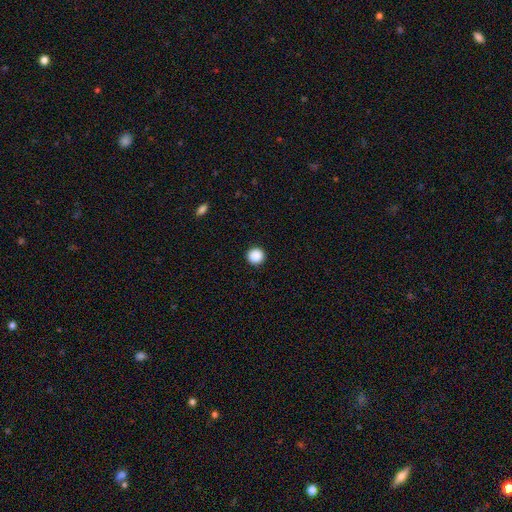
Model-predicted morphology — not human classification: Smooth or featured? Predicted: smooth (p=0.89). How rounded? Predicted: round (p=0.96). Merging? Predicted: none (p=0.93).